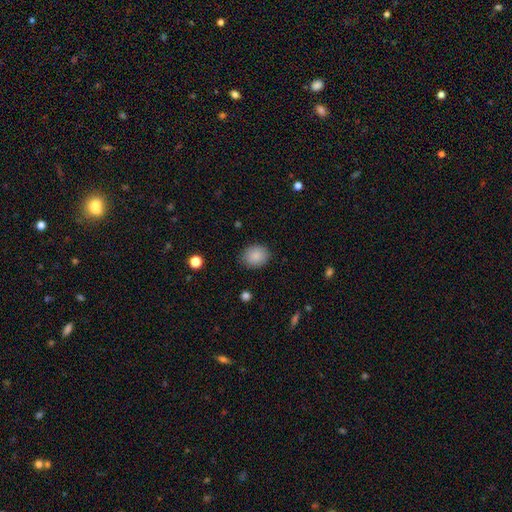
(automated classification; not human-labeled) smooth_or_featured: smooth (p=0.87) [alt: star or artifact p=0.08]
how_rounded: round (p=0.54) [alt: in between p=0.45]
merging: none (p=0.85) [alt: minor disturbance p=0.11]